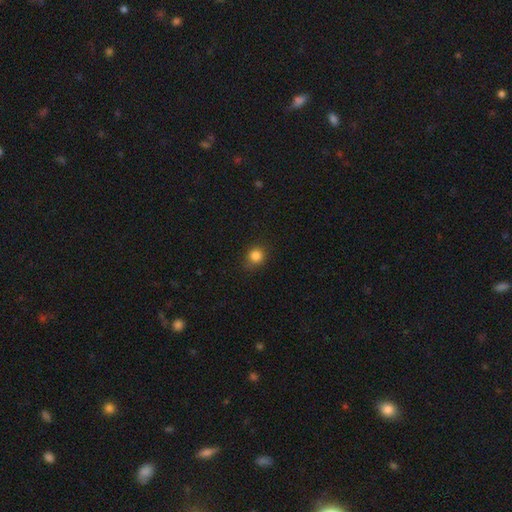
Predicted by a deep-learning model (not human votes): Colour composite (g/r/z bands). It shows a smooth galaxy with no disk features (84%) that is round (82%). Merging: none (83%).